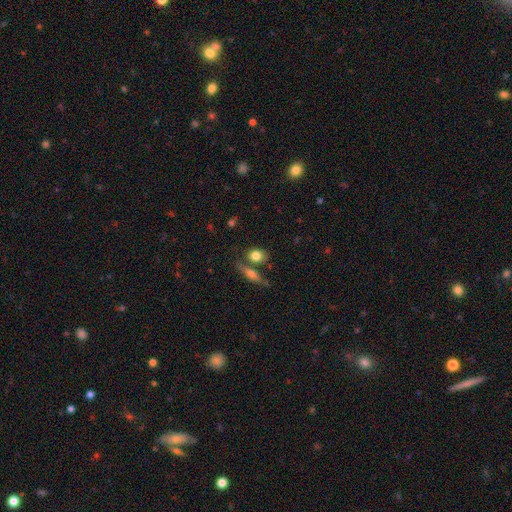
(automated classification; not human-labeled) Smooth or featured: smooth — 78% (featured or disk — 14%)
How rounded: in between — 54% (round — 40%)
Merging: none — 60% (merger — 22%)